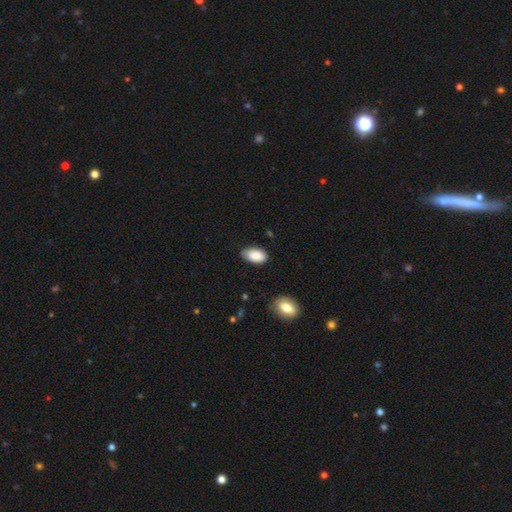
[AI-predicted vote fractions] A smooth galaxy with no disk features (86%) that is in between round and cigar-shaped (95%).

Vote fractions:
- Smooth or featured? smooth: 86% / featured or disk: 7% / star or artifact: 7%
- How rounded? in between: 95% / round: 3% / cigar-shaped: 2%
- Merging? none: 75% / minor disturbance: 21% / major disturbance: 3% / merger: 2%